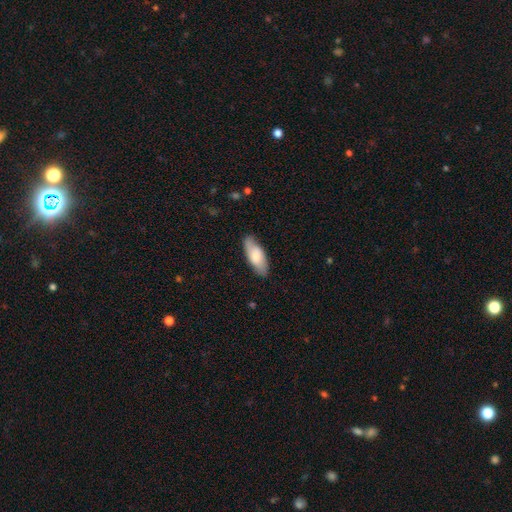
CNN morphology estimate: smooth-or-featured: smooth: 71% | featured or disk: 23% | star or artifact: 6%
  how-rounded: in between: 78% | cigar-shaped: 20% | round: 2%
  merging: none: 81% | minor disturbance: 15% | major disturbance: 3% | merger: 1%